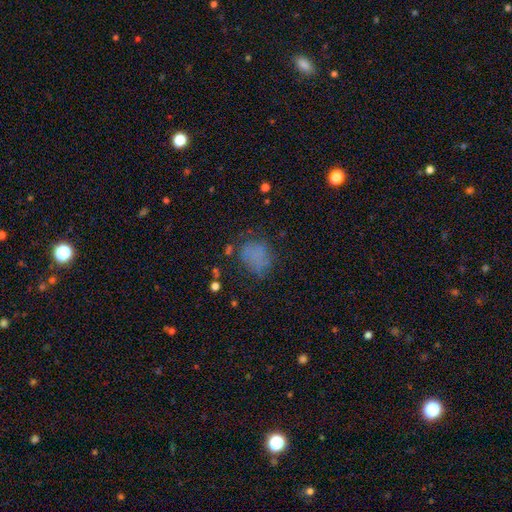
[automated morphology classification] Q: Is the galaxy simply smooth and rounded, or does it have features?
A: smooth — 66%.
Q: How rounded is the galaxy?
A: in between — 51%.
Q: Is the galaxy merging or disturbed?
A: none — 54%.